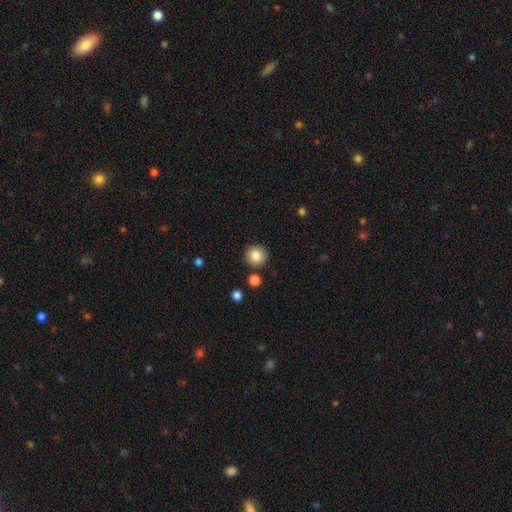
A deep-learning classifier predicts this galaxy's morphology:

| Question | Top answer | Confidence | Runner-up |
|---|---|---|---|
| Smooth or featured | smooth | 85% | star or artifact (9%) |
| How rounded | round | 94% | in between (5%) |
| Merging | none | 88% | minor disturbance (6%) |